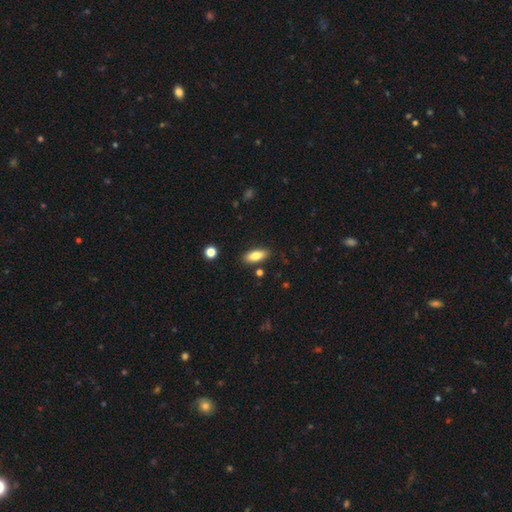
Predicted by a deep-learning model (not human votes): smooth-or-featured: smooth: 80% | featured or disk: 14% | star or artifact: 7%
  how-rounded: in between: 80% | cigar-shaped: 18% | round: 2%
  merging: none: 86% | minor disturbance: 10% | merger: 2% | major disturbance: 2%